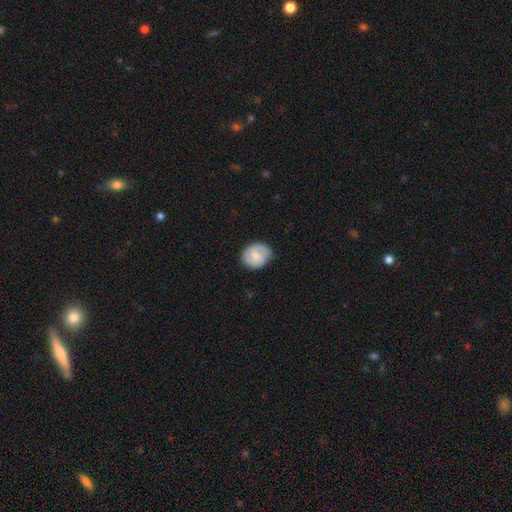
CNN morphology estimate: Overall: featured or disk (53%; smooth 41%). Edge-on disk: no (98%). Bar: no (55%; weak 39%). Spiral arms: yes (86%). Bulge size: moderate (49%; small 38%). Merging: none (75%).